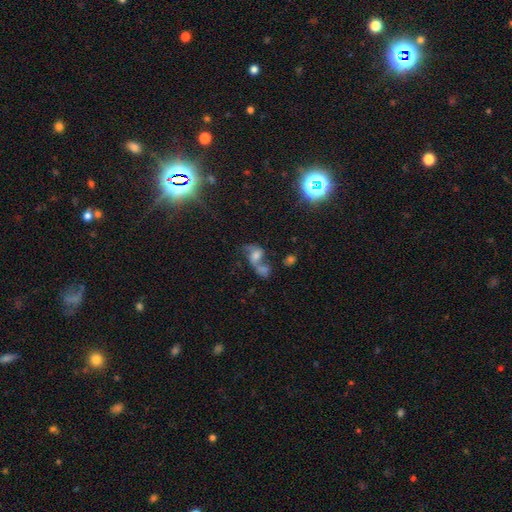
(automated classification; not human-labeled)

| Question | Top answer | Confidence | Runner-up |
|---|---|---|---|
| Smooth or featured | featured or disk | 55% | smooth (28%) |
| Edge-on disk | no | 95% | yes (5%) |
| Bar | no | 59% | weak (31%) |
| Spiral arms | yes | 77% | no (23%) |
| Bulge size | moderate | 42% | small (21%) |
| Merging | merger | 48% | none (25%) |